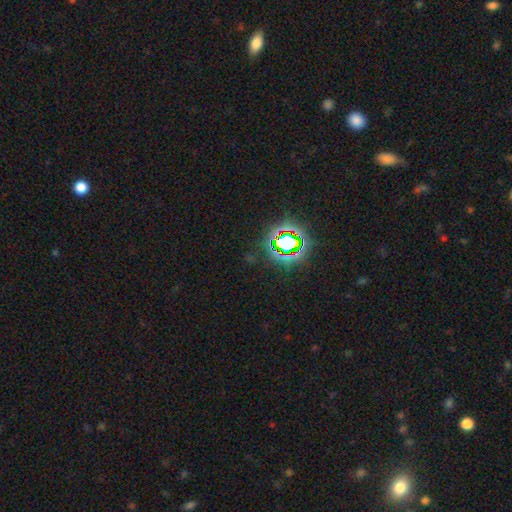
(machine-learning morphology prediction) Smooth or featured: star or artifact — 77% (smooth — 14%)